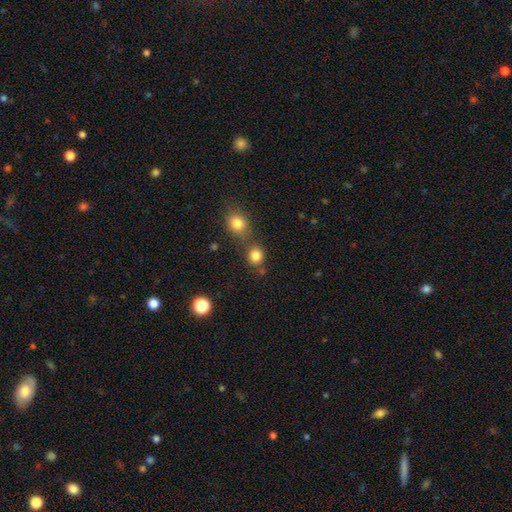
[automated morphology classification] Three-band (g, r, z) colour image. It shows a smooth galaxy with no disk features (82%) that is round (85%). Merging: none (62%).